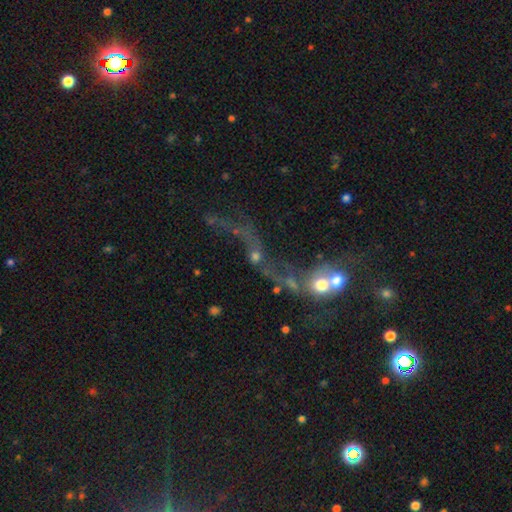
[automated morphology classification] Smooth or featured: featured or disk — 51% (smooth — 28%)
Edge-on disk: no — 86% (yes — 14%)
Merging: merger — 47% (major disturbance — 22%)